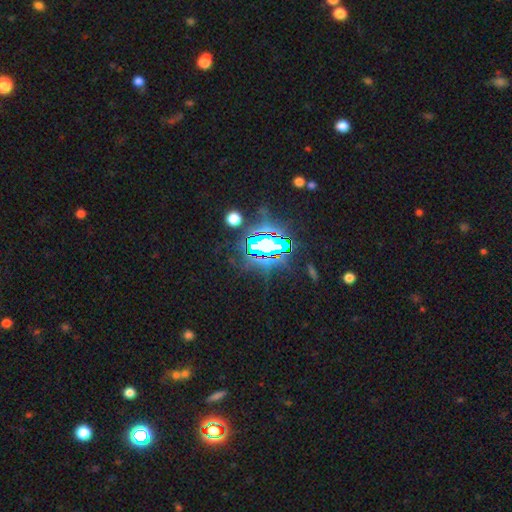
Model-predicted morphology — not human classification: This appears to be a star or artifact, not a galaxy (81%).